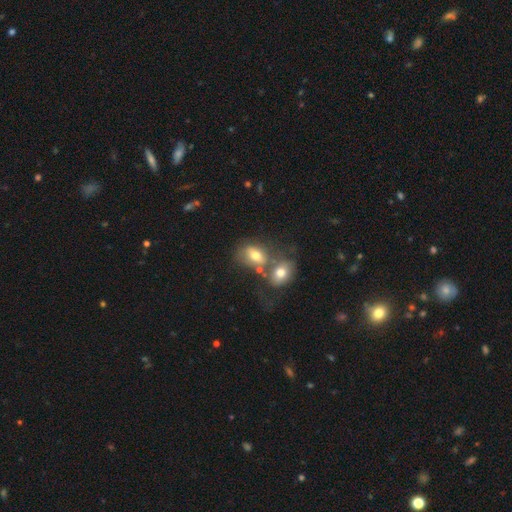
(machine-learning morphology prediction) Smooth or featured: smooth — 65% (featured or disk — 24%)
How rounded: in between — 77% (round — 21%)
Merging: merger — 54% (none — 27%)